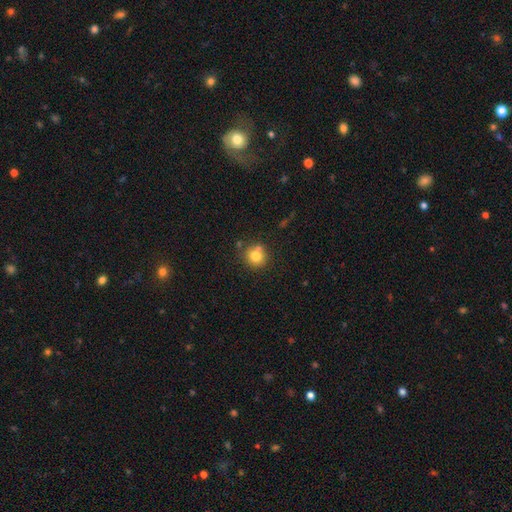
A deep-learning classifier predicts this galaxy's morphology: smooth 78%, star or artifact 11%, featured or disk 11%. Down the decision tree: how rounded — round (90%); merging — none (71%).